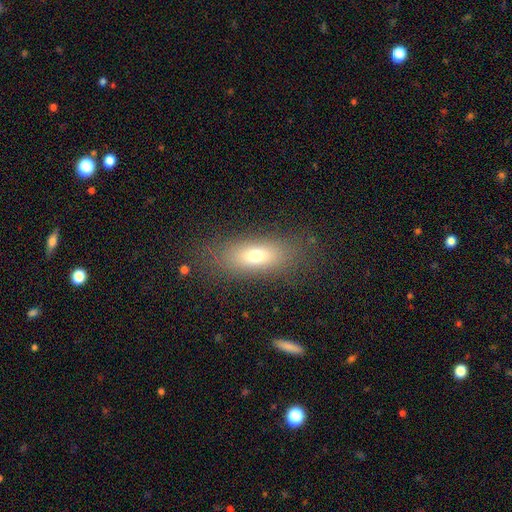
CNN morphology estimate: Smooth or featured?
  - smooth: 69% *
  - featured or disk: 20%
  - star or artifact: 12%
How rounded?
  - in between: 72% *
  - cigar-shaped: 21%
  - round: 6%
Merging?
  - none: 81% *
  - minor disturbance: 11%
  - major disturbance: 6%
  - merger: 2%